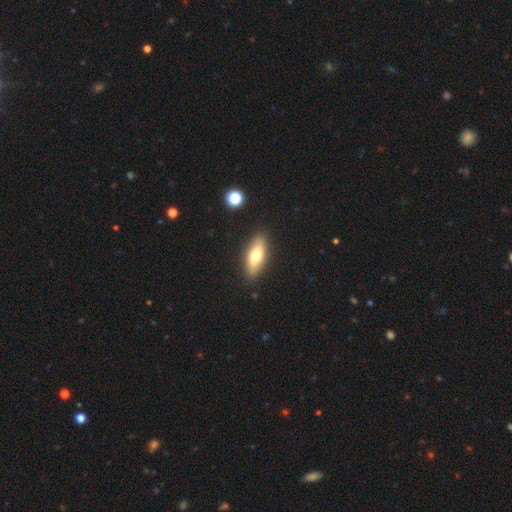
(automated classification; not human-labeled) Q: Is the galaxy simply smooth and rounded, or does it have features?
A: smooth — 68%.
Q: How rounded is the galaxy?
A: in between — 76%.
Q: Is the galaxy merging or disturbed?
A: none — 87%.